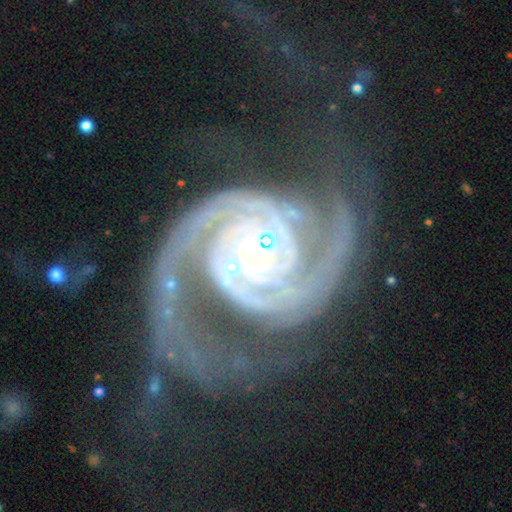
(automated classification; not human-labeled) Q: Smooth or featured?
A: featured or disk (93%); runner-up: star or artifact (5%)
Q: Edge-on disk?
A: no (98%); runner-up: yes (2%)
Q: Bar?
A: no (59%); runner-up: weak (26%)
Q: Spiral arms?
A: yes (99%); runner-up: no (1%)
Q: Spiral winding?
A: tight (47%); runner-up: medium (41%)
Q: Spiral arm count?
A: 2 (76%); runner-up: 3 (8%)
Q: Bulge size?
A: small (69%); runner-up: moderate (24%)
Q: Merging?
A: none (42%); runner-up: major disturbance (27%)